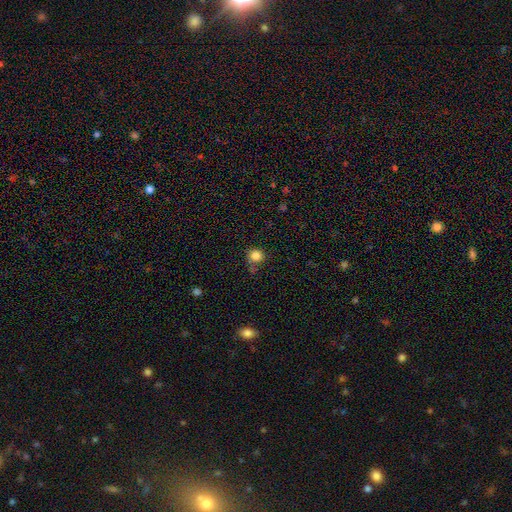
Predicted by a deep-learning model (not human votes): smooth-or-featured: smooth: 84% | star or artifact: 11% | featured or disk: 5%
  how-rounded: round: 86% | in between: 13% | cigar-shaped: 1%
  merging: none: 69% | minor disturbance: 18% | merger: 7% | major disturbance: 6%